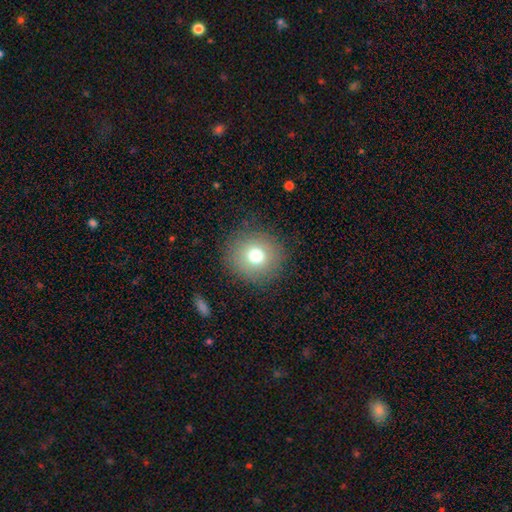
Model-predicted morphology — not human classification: type=smooth (74%); roundness=round (91%); merging=none (87%).